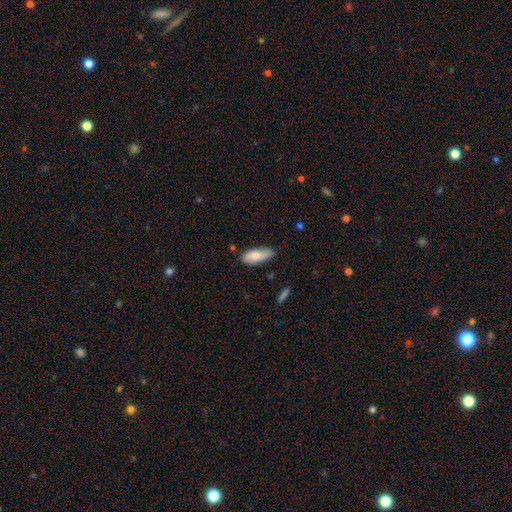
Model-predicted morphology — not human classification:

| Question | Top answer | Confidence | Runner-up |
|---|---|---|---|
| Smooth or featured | smooth | 75% | featured or disk (19%) |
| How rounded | in between | 78% | cigar-shaped (20%) |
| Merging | none | 68% | minor disturbance (26%) |